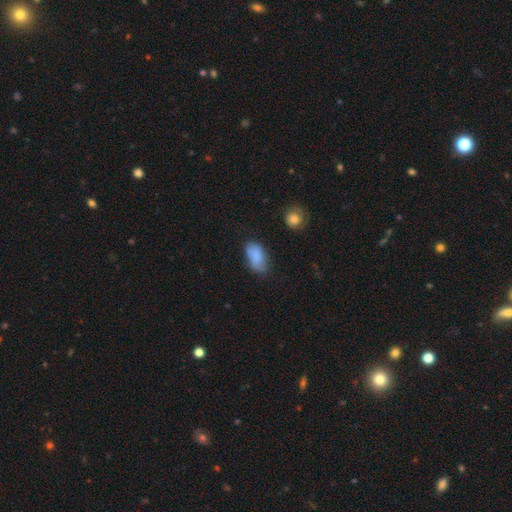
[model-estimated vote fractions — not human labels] Smooth or featured? Predicted: smooth (p=0.83). How rounded? Predicted: in between (p=0.93). Merging? Predicted: none (p=0.63).